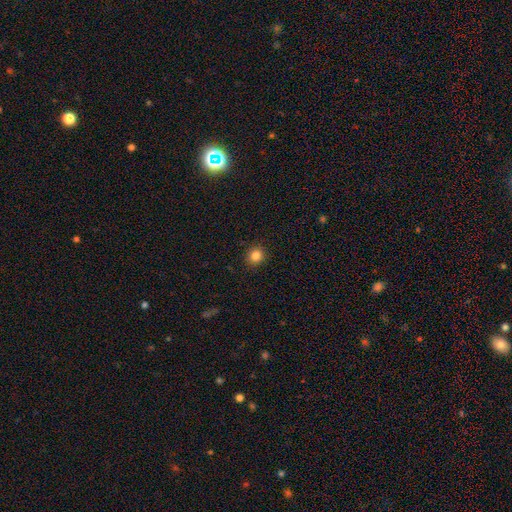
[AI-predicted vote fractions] Q: Smooth or featured?
A: smooth (84%); runner-up: star or artifact (12%)
Q: How rounded?
A: round (84%); runner-up: in between (15%)
Q: Merging?
A: none (91%); runner-up: minor disturbance (6%)